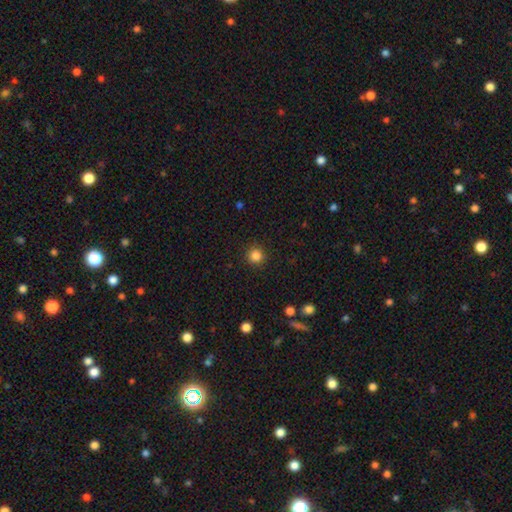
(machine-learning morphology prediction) Smooth or featured?
  - smooth: 84% *
  - star or artifact: 12%
  - featured or disk: 4%
How rounded?
  - round: 94% *
  - in between: 6%
  - cigar-shaped: 1%
Merging?
  - none: 91% *
  - minor disturbance: 6%
  - major disturbance: 2%
  - merger: 1%